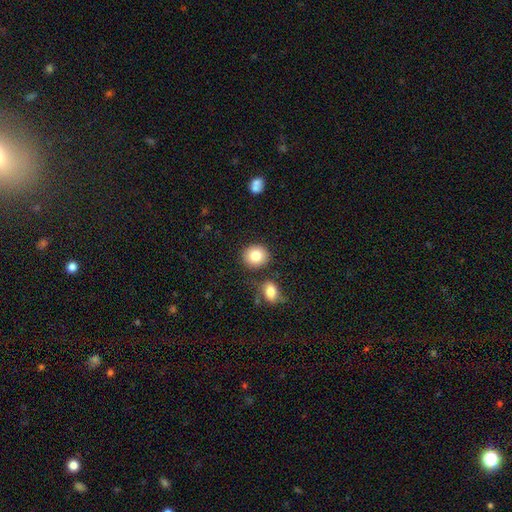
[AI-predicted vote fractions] smooth-or-featured: smooth: 84% | star or artifact: 8% | featured or disk: 7%
  how-rounded: round: 80% | in between: 19% | cigar-shaped: 1%
  merging: none: 81% | minor disturbance: 9% | merger: 8% | major disturbance: 3%